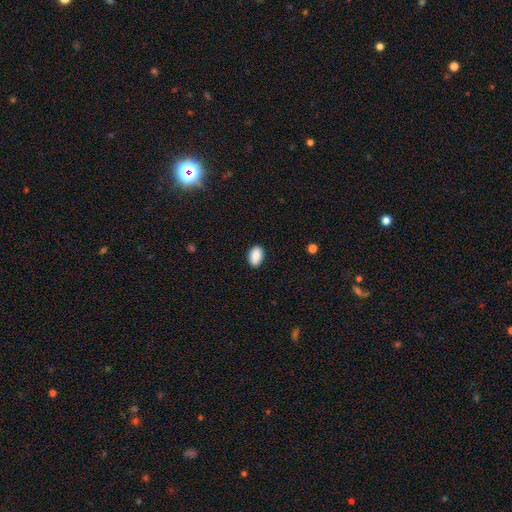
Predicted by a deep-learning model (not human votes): Smooth or featured: smooth — 90% (star or artifact — 7%)
How rounded: in between — 92% (round — 7%)
Merging: none — 88% (minor disturbance — 9%)